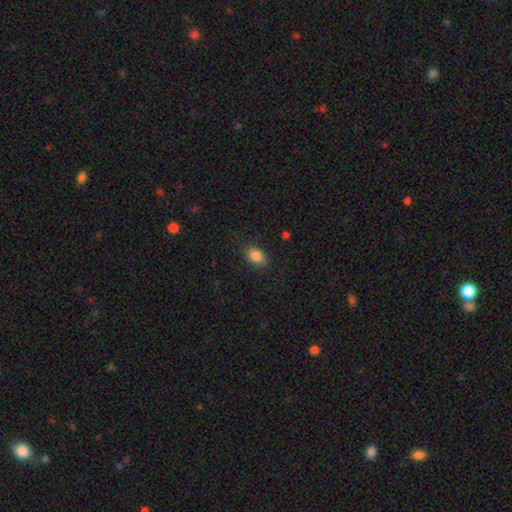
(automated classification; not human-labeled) The model was most divided on "how rounded": in between: 81%, round: 18%, cigar-shaped: 2%. More confident: smooth or featured — smooth (86%); merging — none (81%).